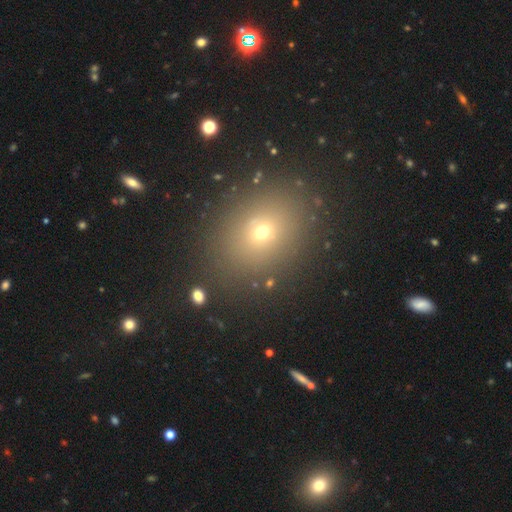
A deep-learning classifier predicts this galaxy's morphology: Q: Smooth or featured?
A: smooth (62%); runner-up: star or artifact (28%)
Q: How rounded?
A: round (51%); runner-up: in between (48%)
Q: Merging?
A: none (89%); runner-up: minor disturbance (7%)